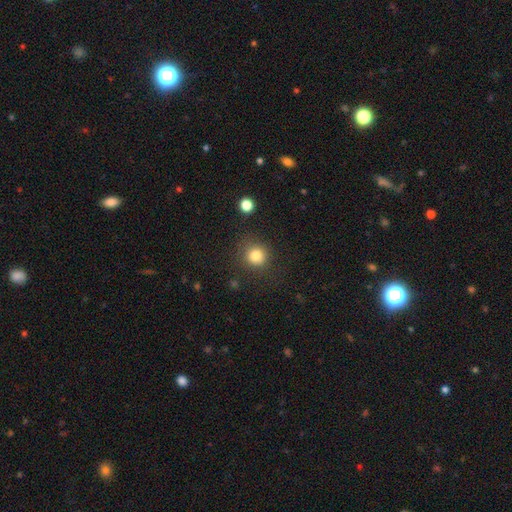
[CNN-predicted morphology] smooth-or-featured: smooth: 81% | star or artifact: 12% | featured or disk: 6%
  how-rounded: round: 89% | in between: 10% | cigar-shaped: 1%
  merging: none: 82% | minor disturbance: 11% | major disturbance: 4% | merger: 3%